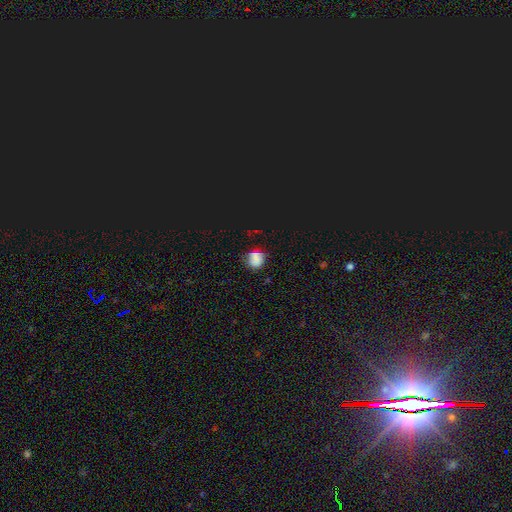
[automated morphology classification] This is likely a smooth galaxy (62%). How rounded: likely round (75%). Merging: likely none (62%).